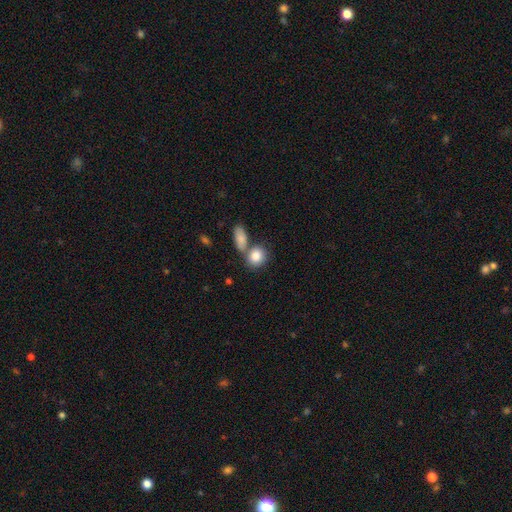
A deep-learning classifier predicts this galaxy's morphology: smooth_or_featured: smooth (p=0.86) [alt: featured or disk p=0.07]
how_rounded: round (p=0.54) [alt: in between p=0.43]
merging: none (p=0.47) [alt: merger p=0.37]